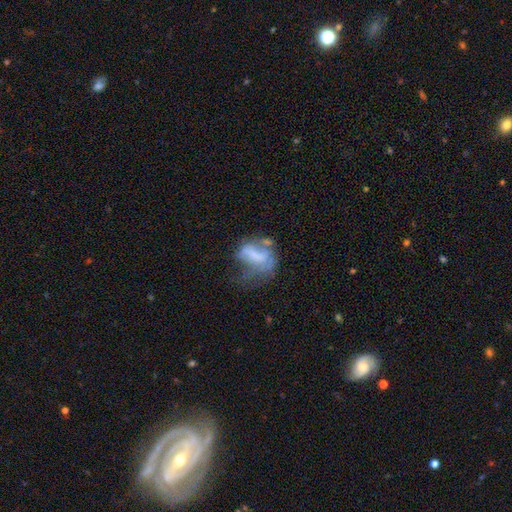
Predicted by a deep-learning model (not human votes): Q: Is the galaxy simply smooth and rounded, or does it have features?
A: featured or disk — 48%.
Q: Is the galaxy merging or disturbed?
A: major disturbance — 44%.